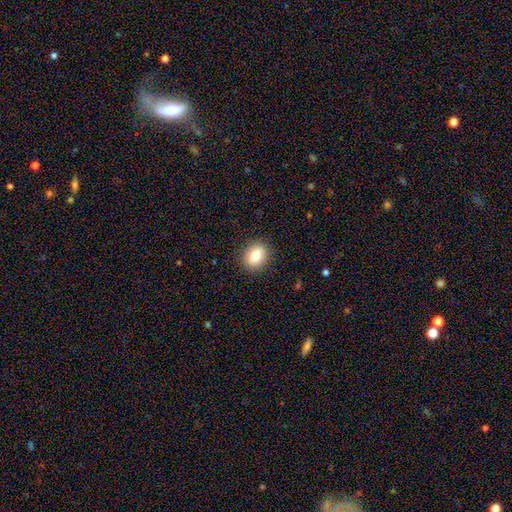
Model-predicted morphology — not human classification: This appears to be a smooth galaxy with no disk features (81%) that is in between round and cigar-shaped (50%). Merging: none (89%).